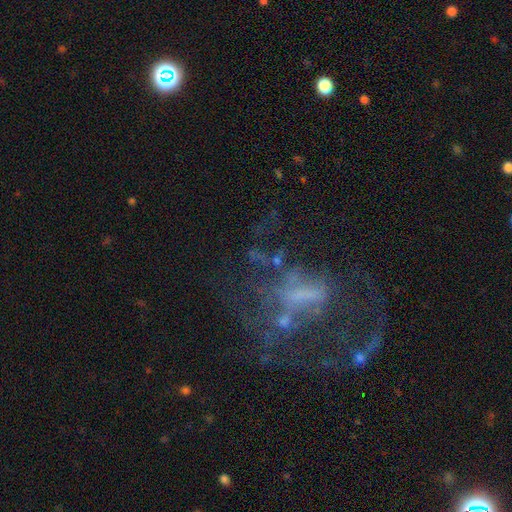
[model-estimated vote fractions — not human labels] featured or disk 45%, star or artifact 33%, smooth 22%. Down the decision tree: merging — none (39%).